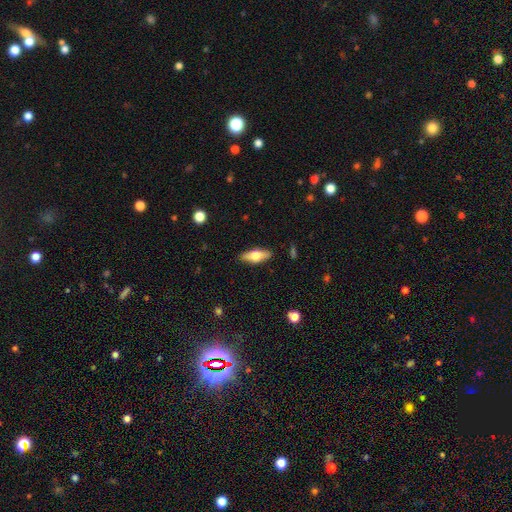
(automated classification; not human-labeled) A smooth galaxy with no disk features (55%) that is in between round and cigar-shaped (68%).

Vote fractions:
- Smooth or featured? smooth: 55% / featured or disk: 38% / star or artifact: 6%
- How rounded? in between: 68% / cigar-shaped: 29% / round: 3%
- Merging? none: 87% / minor disturbance: 10% / major disturbance: 2% / merger: 1%